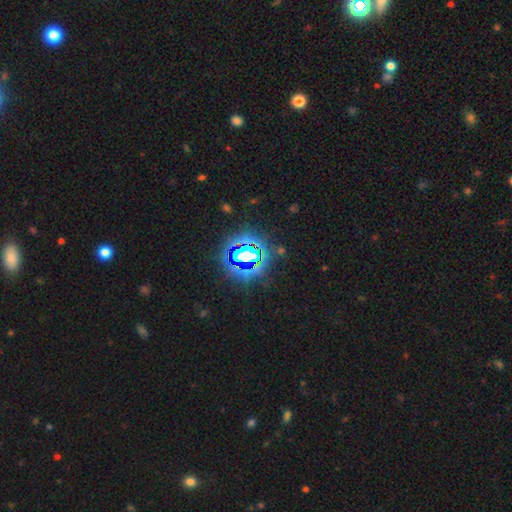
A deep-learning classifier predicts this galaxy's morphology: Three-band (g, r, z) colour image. It shows a star or artifact, not a galaxy (84%).